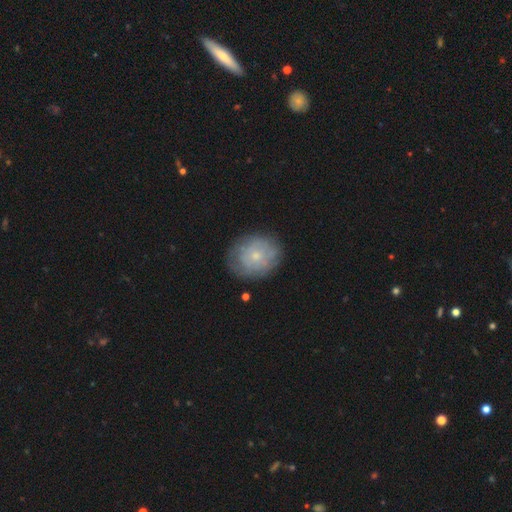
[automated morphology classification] Overall: smooth (51%; featured or disk 42%). How rounded: round (62%; in between 37%). Merging: none (76%).